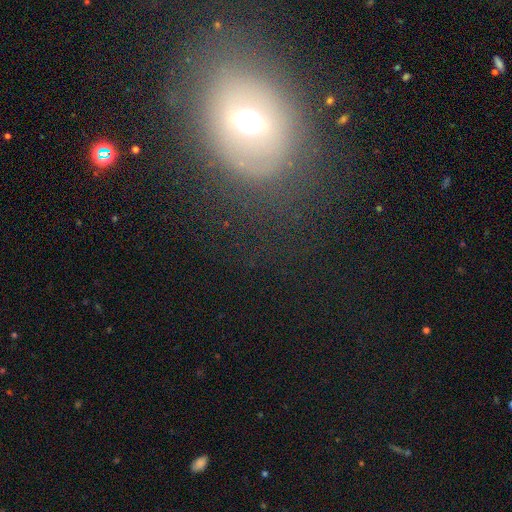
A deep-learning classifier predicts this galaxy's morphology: Overall: featured or disk (43%; smooth 36%). Merging: none (72%).